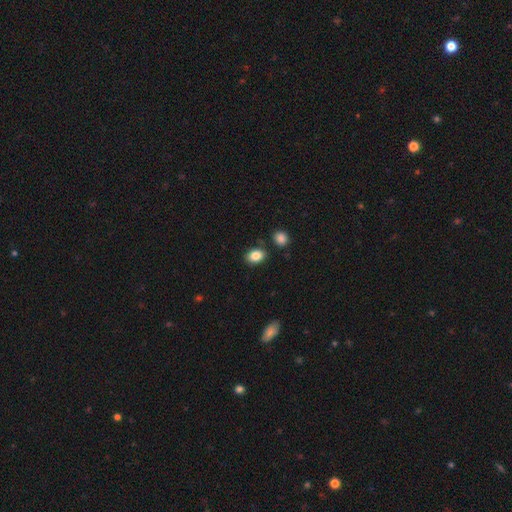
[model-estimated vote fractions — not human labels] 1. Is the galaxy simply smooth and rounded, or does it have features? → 85% smooth, 9% star or artifact, 6% featured or disk.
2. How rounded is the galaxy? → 74% in between, 24% round, 1% cigar-shaped.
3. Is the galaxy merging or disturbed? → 82% none, 11% minor disturbance, 5% merger, 3% major disturbance.